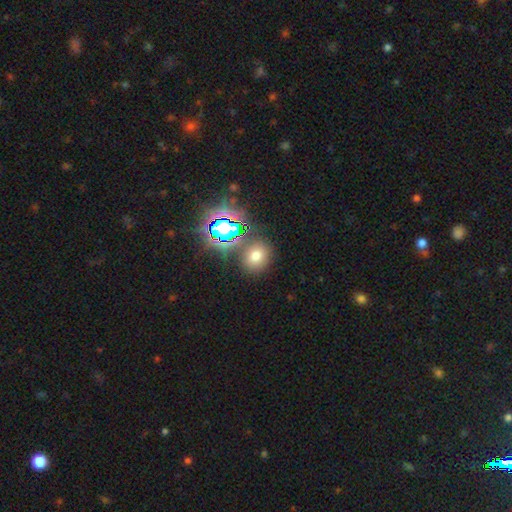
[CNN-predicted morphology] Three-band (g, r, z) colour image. It shows a smooth galaxy with no disk features (63%) that is round (66%). Merging: none (81%).